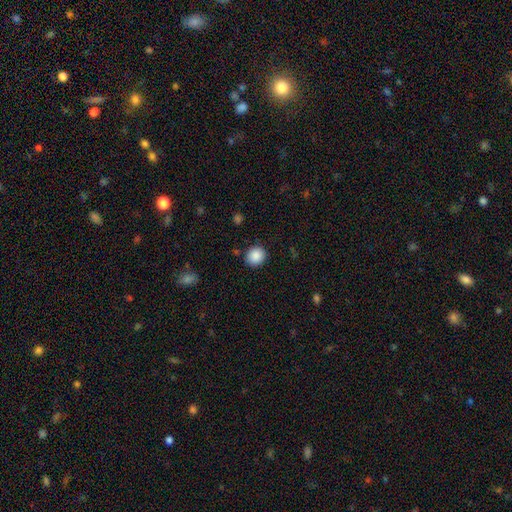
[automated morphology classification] Q: Smooth or featured?
A: smooth (88%); runner-up: star or artifact (8%)
Q: How rounded?
A: round (83%); runner-up: in between (16%)
Q: Merging?
A: none (88%); runner-up: minor disturbance (8%)